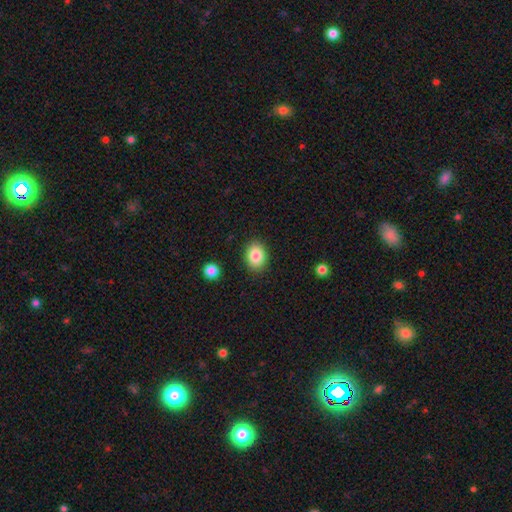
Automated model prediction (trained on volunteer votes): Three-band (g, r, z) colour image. It shows a smooth galaxy with no disk features (85%) that is in between round and cigar-shaped (67%). Merging: none (88%).